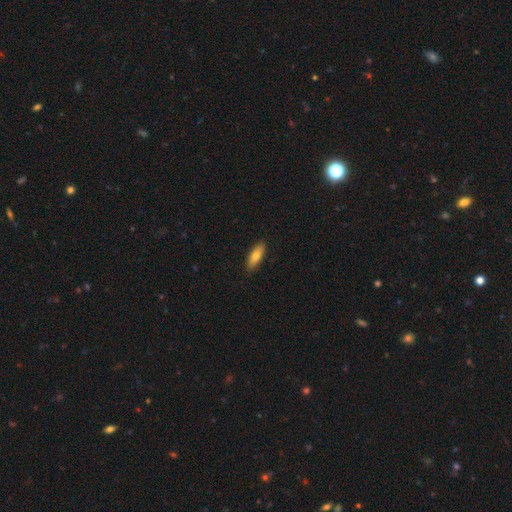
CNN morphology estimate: A smooth galaxy with no disk features (75%) that is in between round and cigar-shaped (57%).

Vote fractions:
- Smooth or featured? smooth: 75% / featured or disk: 19% / star or artifact: 6%
- How rounded? in between: 57% / cigar-shaped: 41% / round: 2%
- Merging? none: 90% / minor disturbance: 8% / major disturbance: 2% / merger: 1%